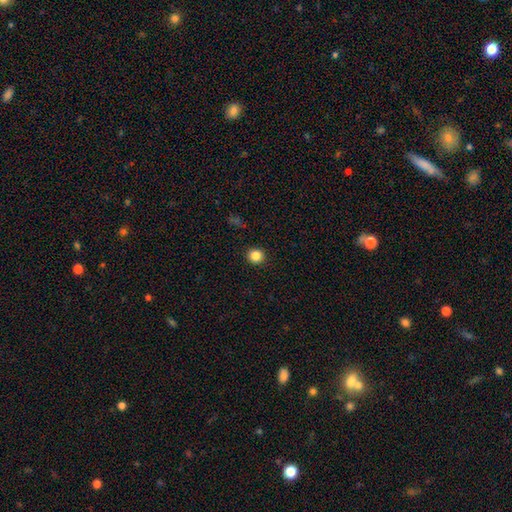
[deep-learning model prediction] Overall: smooth (85%). How rounded: round (91%). Merging: none (93%).